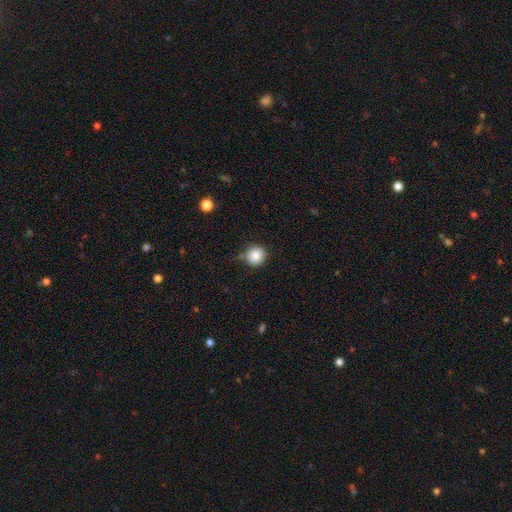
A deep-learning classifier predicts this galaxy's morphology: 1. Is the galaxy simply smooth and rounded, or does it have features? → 86% smooth, 10% star or artifact, 5% featured or disk.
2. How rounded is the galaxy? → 94% round, 5% in between, 1% cigar-shaped.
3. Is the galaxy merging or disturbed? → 75% none, 17% minor disturbance, 4% merger, 4% major disturbance.